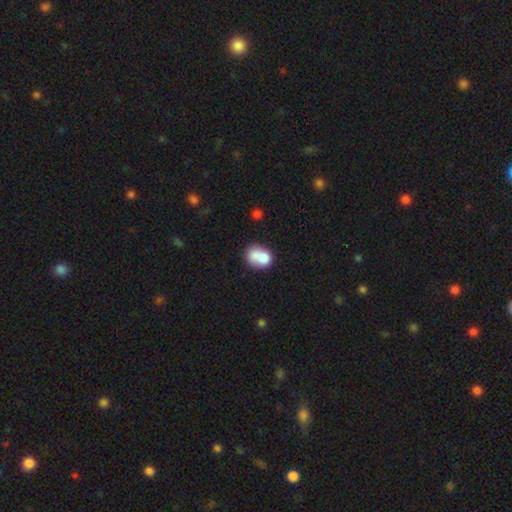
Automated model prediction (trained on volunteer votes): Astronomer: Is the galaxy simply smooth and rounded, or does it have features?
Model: smooth — 70%.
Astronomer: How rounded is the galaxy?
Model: round — 55% (runner-up: in between, 45%).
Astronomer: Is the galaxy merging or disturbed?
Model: merger — 55%.